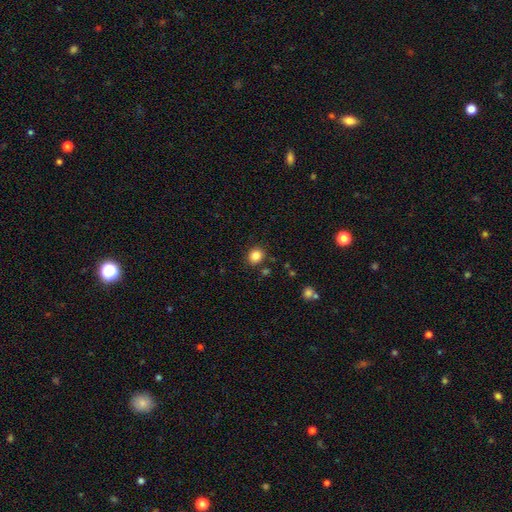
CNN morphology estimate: This appears to be a smooth galaxy with no disk features (84%) that is round (75%). Merging: none (87%).